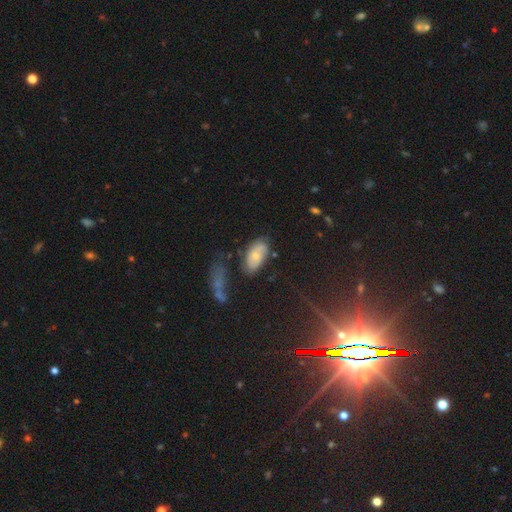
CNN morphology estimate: Overall: smooth (57%; featured or disk 35%). How rounded: in between (92%). Merging: none (63%; minor disturbance 23%).